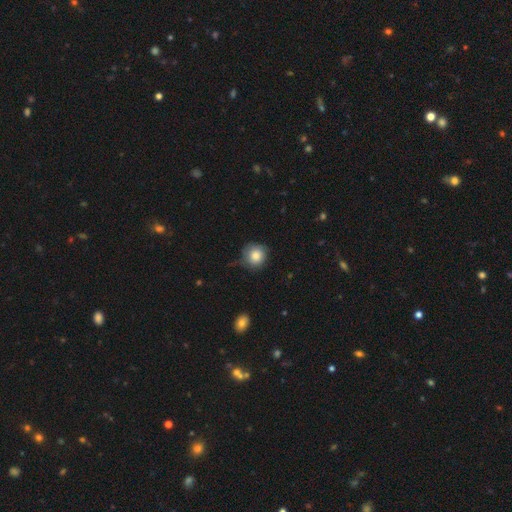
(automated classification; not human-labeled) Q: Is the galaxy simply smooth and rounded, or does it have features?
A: smooth — 82%.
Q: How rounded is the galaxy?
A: round — 91%.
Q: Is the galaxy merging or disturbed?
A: none — 64%.